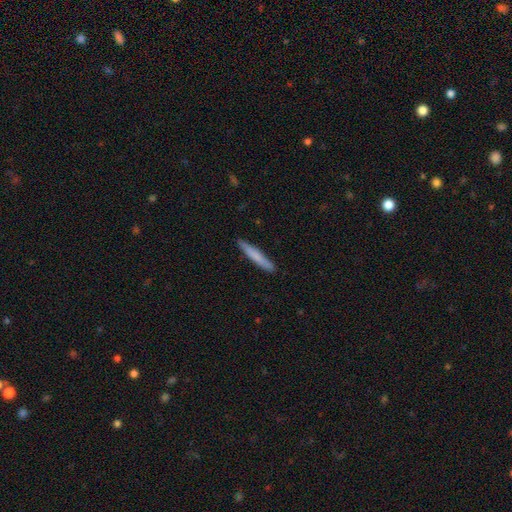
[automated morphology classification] Smooth or featured? smooth (73%)
How rounded? cigar-shaped (95%)
Merging? none (89%)